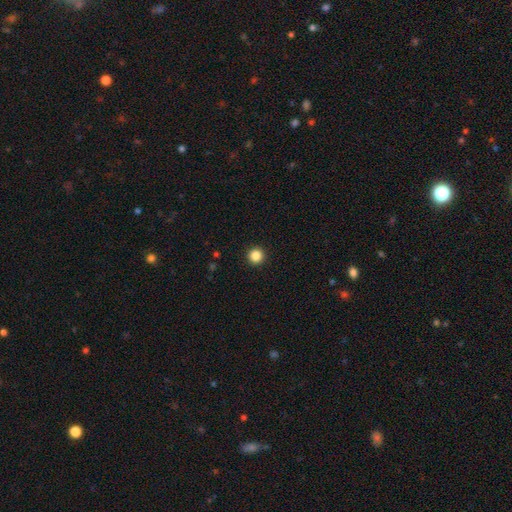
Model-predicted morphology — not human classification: Smooth or featured? smooth (86%)
How rounded? round (97%)
Merging? none (94%)